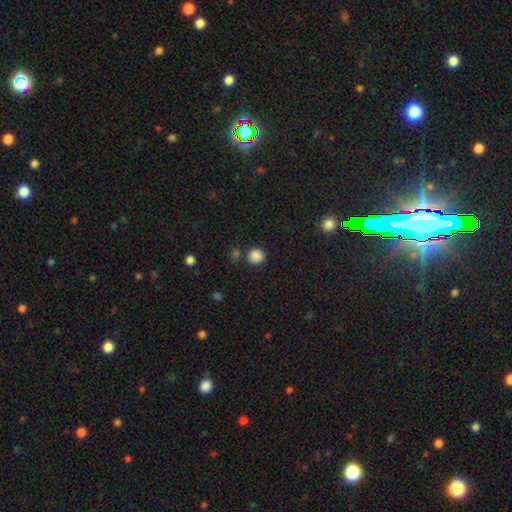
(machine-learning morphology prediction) smooth-or-featured: smooth: 85% | star or artifact: 11% | featured or disk: 3%
  how-rounded: round: 91% | in between: 8% | cigar-shaped: 1%
  merging: none: 81% | minor disturbance: 9% | merger: 7% | major disturbance: 3%